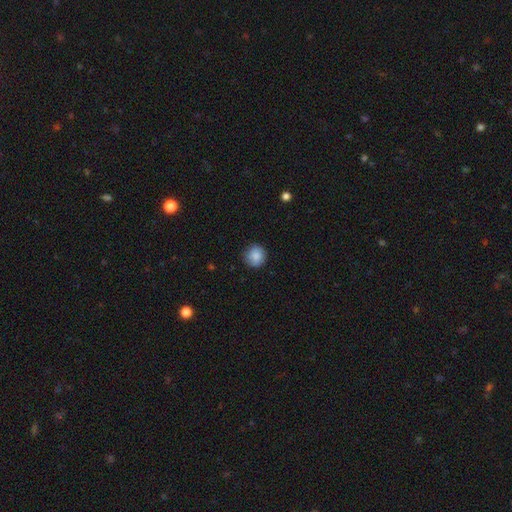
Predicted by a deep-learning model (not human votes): Morphology: type=smooth (86%); roundness=round (92%); merging=none (86%).